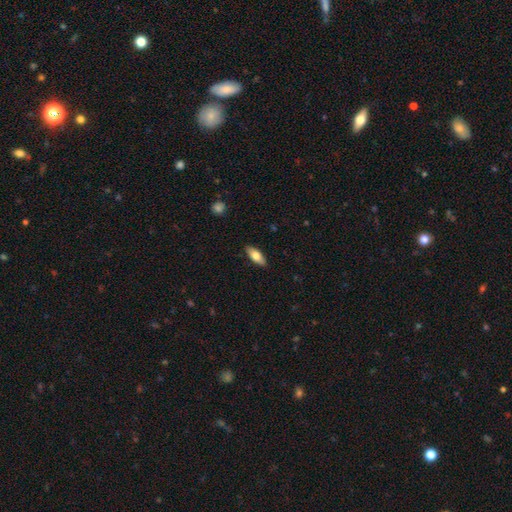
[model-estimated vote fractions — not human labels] Smooth or featured?
  - smooth: 74% *
  - featured or disk: 20%
  - star or artifact: 6%
How rounded?
  - in between: 77% *
  - cigar-shaped: 21%
  - round: 2%
Merging?
  - none: 88% *
  - minor disturbance: 10%
  - major disturbance: 2%
  - merger: 1%